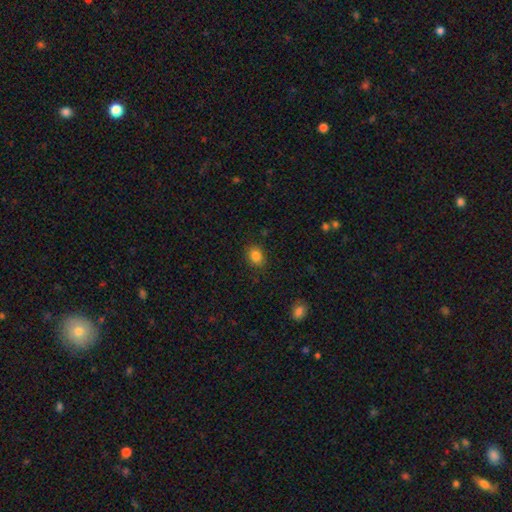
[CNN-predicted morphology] Smooth or featured? Predicted: smooth (p=0.83). How rounded? Predicted: in between (p=0.59). Merging? Predicted: none (p=0.86).